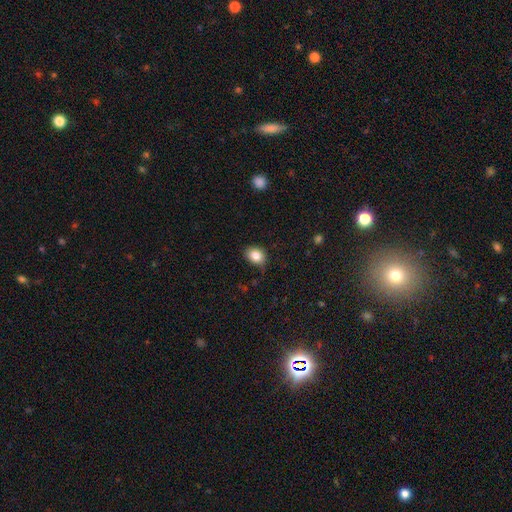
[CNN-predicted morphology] Q: Smooth or featured?
A: smooth (85%); runner-up: star or artifact (9%)
Q: How rounded?
A: in between (58%); runner-up: round (41%)
Q: Merging?
A: none (78%); runner-up: minor disturbance (18%)